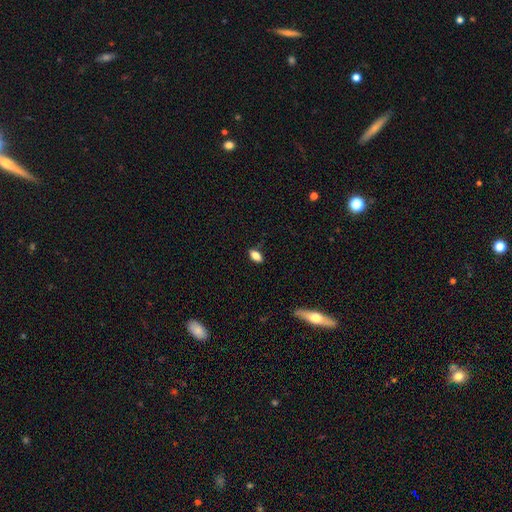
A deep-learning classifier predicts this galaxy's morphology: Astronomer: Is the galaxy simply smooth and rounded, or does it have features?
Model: smooth — 81%.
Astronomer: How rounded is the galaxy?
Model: in between — 88%.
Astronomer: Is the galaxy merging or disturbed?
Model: none — 84%.